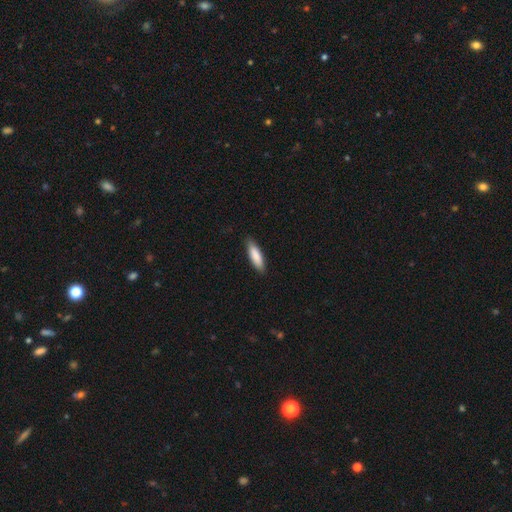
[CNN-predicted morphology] Smooth or featured? Predicted: smooth (p=0.85). How rounded? Predicted: cigar-shaped (p=0.55). Merging? Predicted: none (p=0.86).